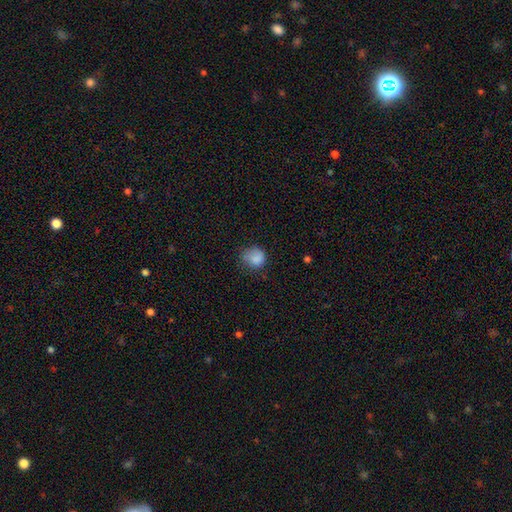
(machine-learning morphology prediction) smooth-or-featured: smooth: 84% | star or artifact: 10% | featured or disk: 6%
  how-rounded: round: 77% | in between: 22% | cigar-shaped: 1%
  merging: none: 59% | minor disturbance: 29% | major disturbance: 10% | merger: 2%